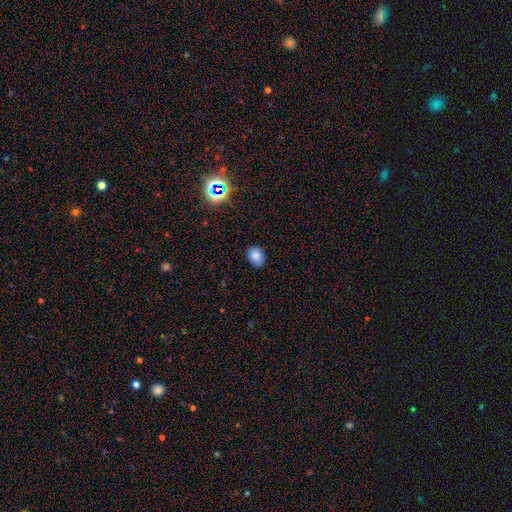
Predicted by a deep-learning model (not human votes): Smooth or featured? Predicted: smooth (p=0.83). How rounded? Predicted: in between (p=0.77). Merging? Predicted: none (p=0.84).